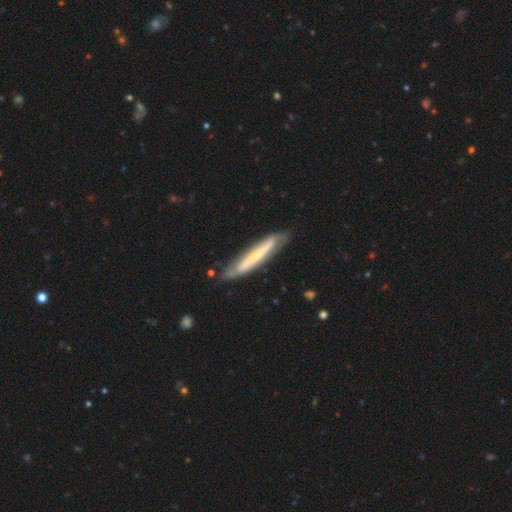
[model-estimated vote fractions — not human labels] Smooth or featured: featured or disk — 59% (smooth — 36%)
Edge-on disk: yes — 70% (no — 30%)
Merging: none — 75% (minor disturbance — 18%)